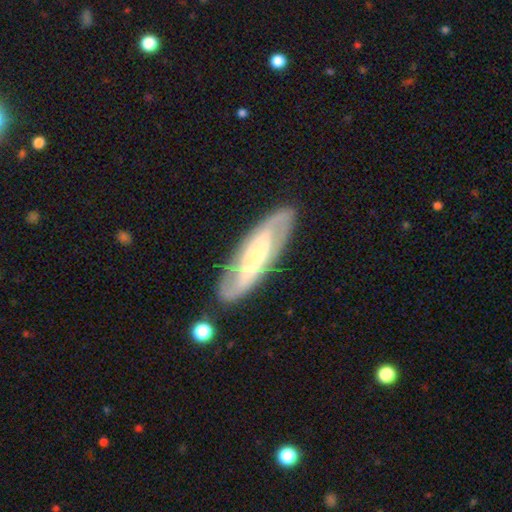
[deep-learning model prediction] Smooth or featured? featured or disk (74%)
Edge-on disk? no (81%)
Bar? no (45%)
Spiral arms? yes (85%)
Spiral winding? medium (43%)
Spiral arm count? 2 (72%)
Bulge size? small (45%)
Merging? none (81%)